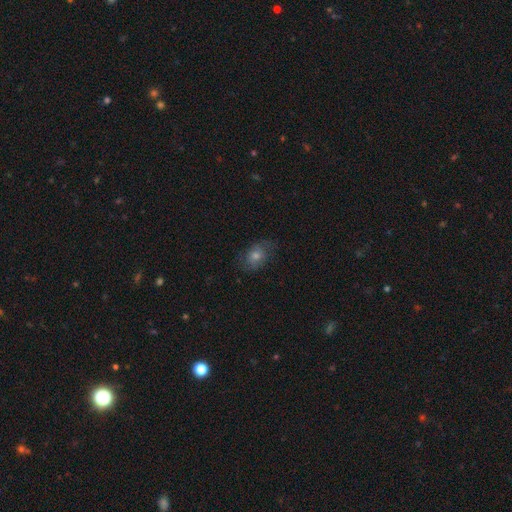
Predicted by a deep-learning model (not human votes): This is possibly a smooth galaxy (55%). How rounded: likely in between (64%). Merging: likely none (71%).